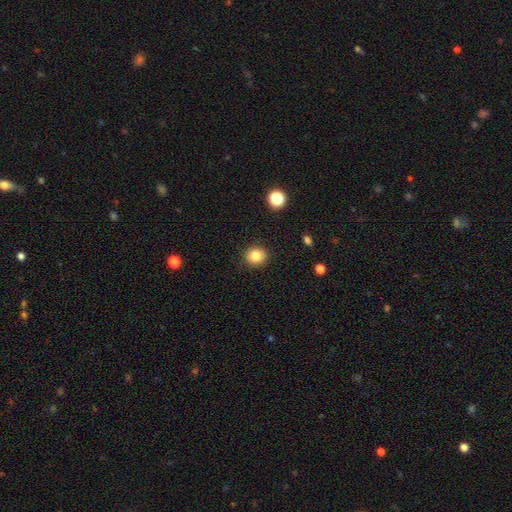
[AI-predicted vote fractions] smooth 83%, star or artifact 10%, featured or disk 7%. Down the decision tree: how rounded — round (83%); merging — none (91%).